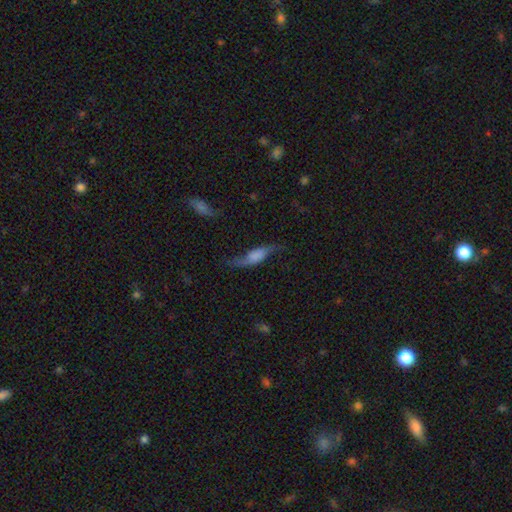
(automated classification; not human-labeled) This appears to be a featured or disk galaxy (59%). Merging: none (55%).